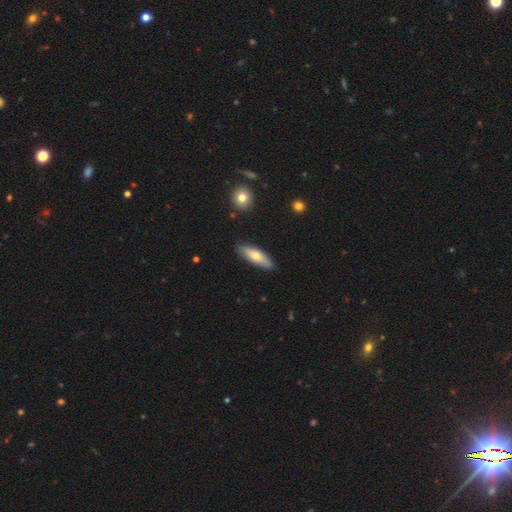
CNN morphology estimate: Q: Smooth or featured?
A: smooth (65%); runner-up: featured or disk (29%)
Q: How rounded?
A: in between (50%); runner-up: cigar-shaped (48%)
Q: Merging?
A: none (84%); runner-up: minor disturbance (12%)